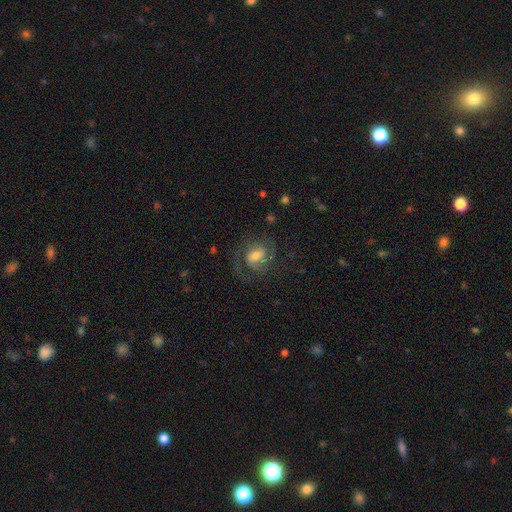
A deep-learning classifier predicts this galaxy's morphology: smooth-or-featured: featured or disk: 72% | smooth: 19% | star or artifact: 8%
  disk-edge-on: no: 97% | yes: 3%
    bar: weak: 46% | no: 42% | strong: 12%
    has-spiral-arms: yes: 92% | no: 8%
      spiral-winding: medium: 49% | tight: 33% | loose: 18%
      spiral-arm-count: 2: 70% | can't tell: 12% | 1: 7% | 3: 6% | 4: 2% | more than 4: 2%
    bulge-size: moderate: 49% | small: 32% | large: 13% | none: 4% | dominant: 2%
  merging: none: 67% | minor disturbance: 16% | major disturbance: 16% | merger: 1%